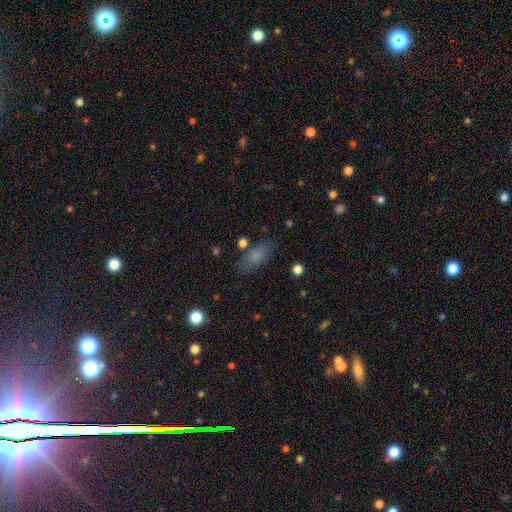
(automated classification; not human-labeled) Smooth or featured? Predicted: smooth (p=0.80). How rounded? Predicted: in between (p=0.81). Merging? Predicted: none (p=0.76).